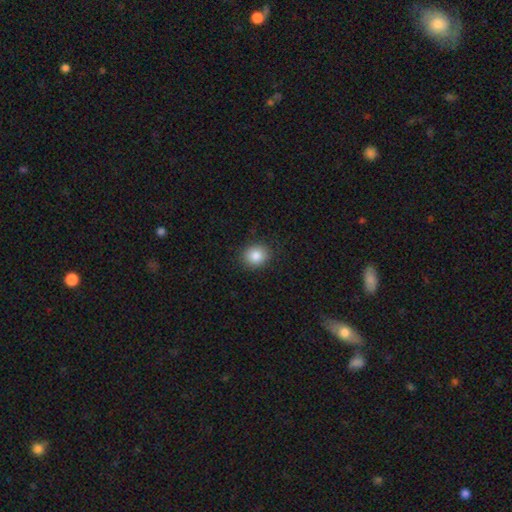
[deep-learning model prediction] The model was most divided on "how rounded": round: 75%, in between: 24%, cigar-shaped: 1%. More confident: merging — none (89%); smooth or featured — smooth (86%).